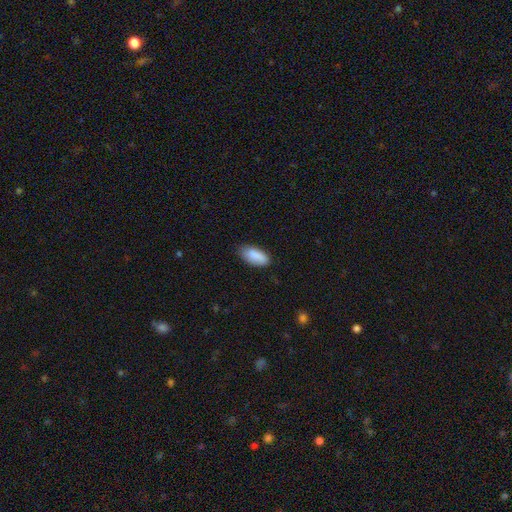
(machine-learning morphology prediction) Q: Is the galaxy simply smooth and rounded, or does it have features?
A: smooth — 88%.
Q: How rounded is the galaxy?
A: in between — 89%.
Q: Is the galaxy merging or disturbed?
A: none — 76%.